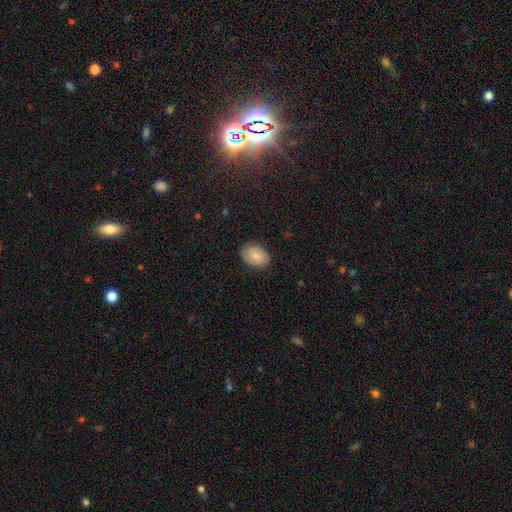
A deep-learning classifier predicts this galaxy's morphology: type=smooth (47%); merging=none (84%).